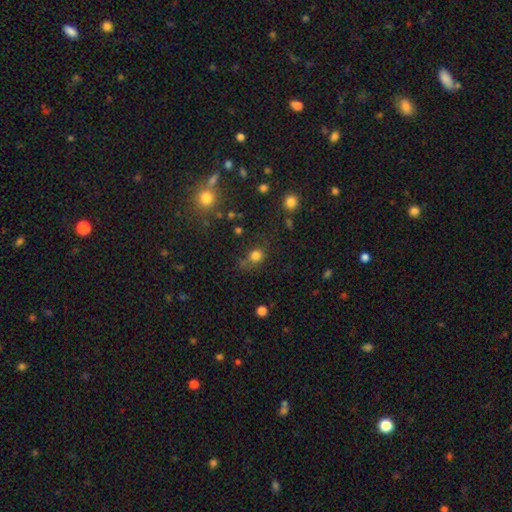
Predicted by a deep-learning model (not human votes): The model was most divided on "merging": none: 62%, minor disturbance: 19%, merger: 9%, major disturbance: 9%. More confident: smooth or featured — smooth (78%); how rounded — round (72%).